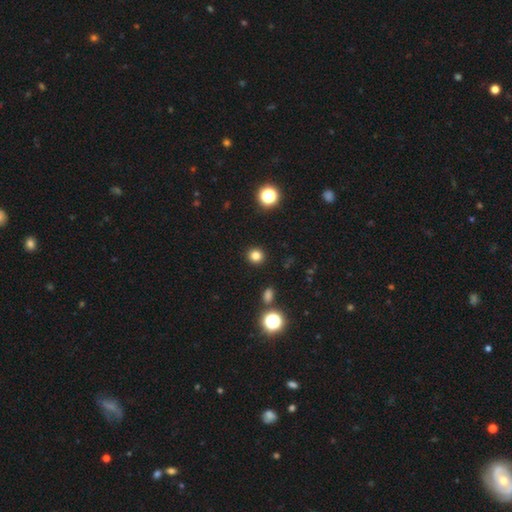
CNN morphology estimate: smooth_or_featured: smooth (p=0.81) [alt: star or artifact p=0.14]
how_rounded: round (p=0.91) [alt: in between p=0.08]
merging: none (p=0.92) [alt: minor disturbance p=0.05]